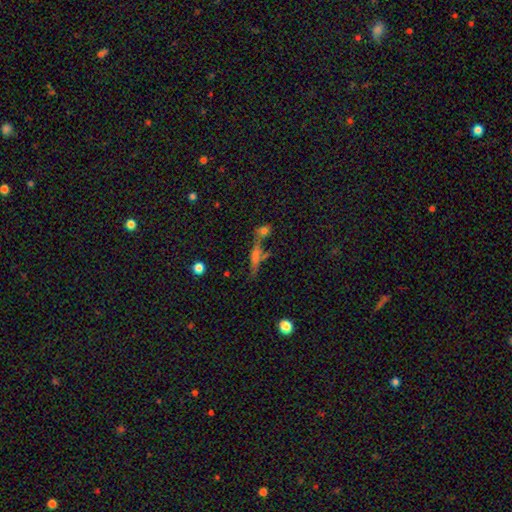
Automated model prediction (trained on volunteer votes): Q: Smooth or featured?
A: smooth (39%); runner-up: featured or disk (38%)
Q: Merging?
A: none (54%); runner-up: merger (23%)